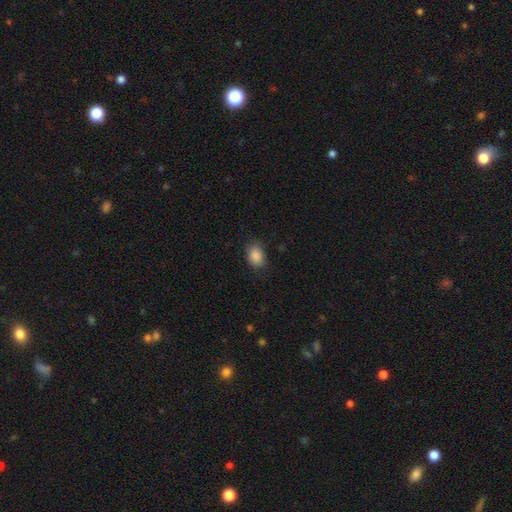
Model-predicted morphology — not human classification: A smooth galaxy with no disk features (88%) that is in between round and cigar-shaped (75%). Merging: none (81%).